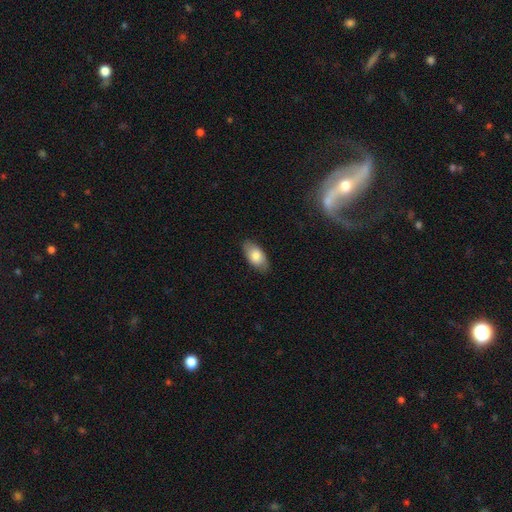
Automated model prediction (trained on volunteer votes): Smooth or featured?
  - smooth: 81% *
  - featured or disk: 13%
  - star or artifact: 6%
How rounded?
  - in between: 93% *
  - cigar-shaped: 4%
  - round: 3%
Merging?
  - none: 84% *
  - minor disturbance: 13%
  - major disturbance: 3%
  - merger: 1%